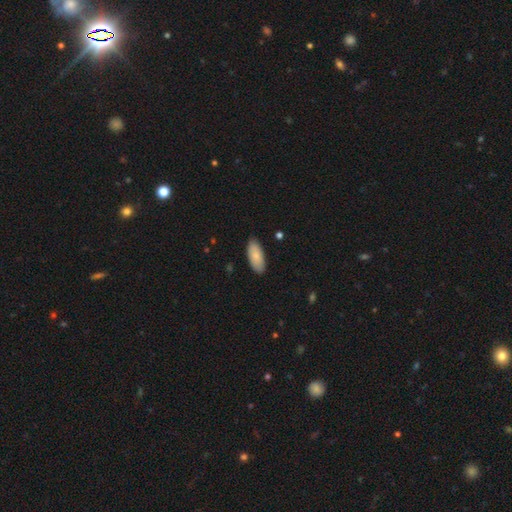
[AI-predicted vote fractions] smooth 83%, featured or disk 11%, star or artifact 6%. Down the decision tree: how rounded — in between (88%); merging — none (86%).